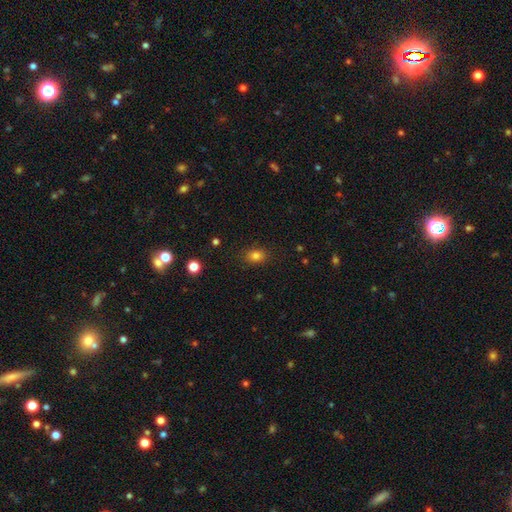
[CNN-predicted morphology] Smooth or featured: smooth — 82% (star or artifact — 13%)
How rounded: in between — 62% (round — 37%)
Merging: none — 84% (minor disturbance — 11%)